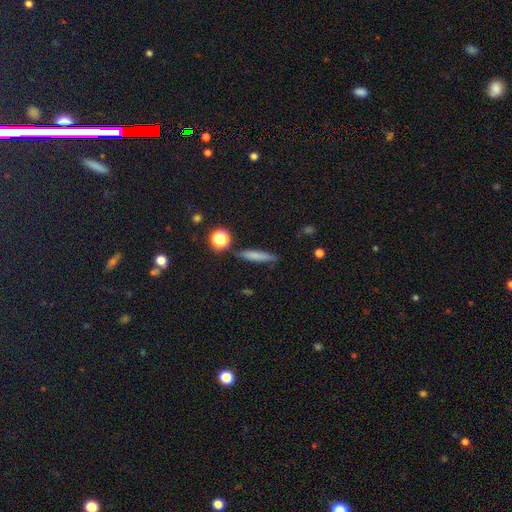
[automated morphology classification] smooth 72%, featured or disk 17%, star or artifact 11%. Down the decision tree: how rounded — cigar-shaped (85%); merging — none (81%).